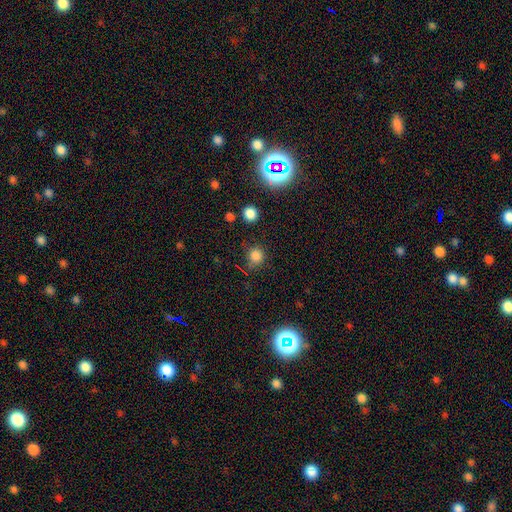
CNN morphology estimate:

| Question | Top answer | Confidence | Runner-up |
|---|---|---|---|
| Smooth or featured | smooth | 80% | star or artifact (15%) |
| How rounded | round | 86% | in between (13%) |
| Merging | none | 71% | minor disturbance (19%) |